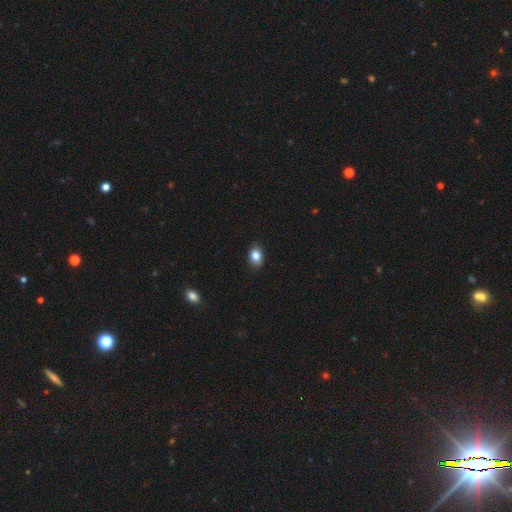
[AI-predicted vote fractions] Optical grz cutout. It shows a smooth galaxy with no disk features (84%) that is in between round and cigar-shaped (73%). Merging: none (87%).